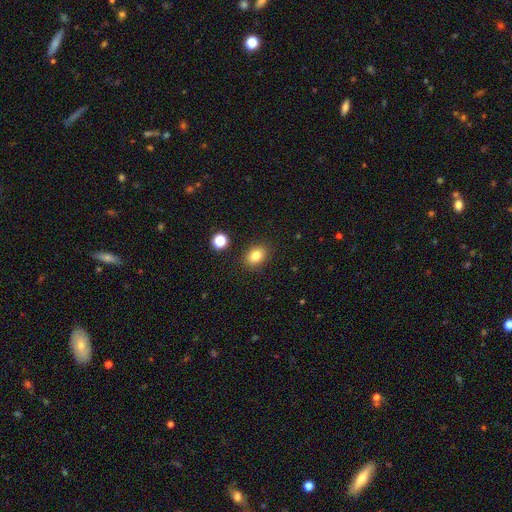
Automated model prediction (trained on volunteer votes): smooth_or_featured: smooth (p=0.82) [alt: star or artifact p=0.11]
how_rounded: in between (p=0.67) [alt: round p=0.32]
merging: none (p=0.87) [alt: minor disturbance p=0.08]